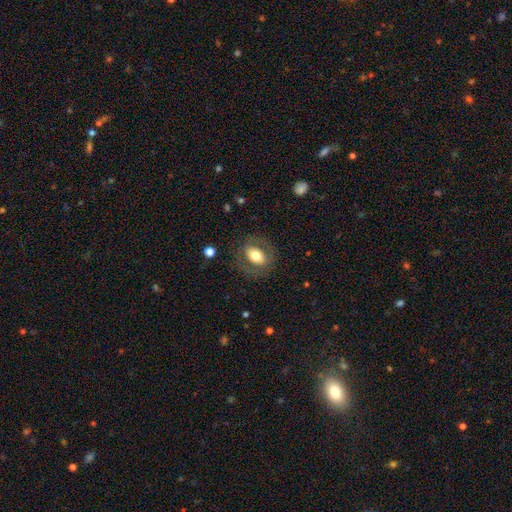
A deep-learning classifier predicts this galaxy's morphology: Smooth or featured?
  - smooth: 60% *
  - featured or disk: 32%
  - star or artifact: 7%
How rounded?
  - in between: 67% *
  - round: 31%
  - cigar-shaped: 2%
Merging?
  - none: 78% *
  - minor disturbance: 13%
  - major disturbance: 9%
  - merger: 1%